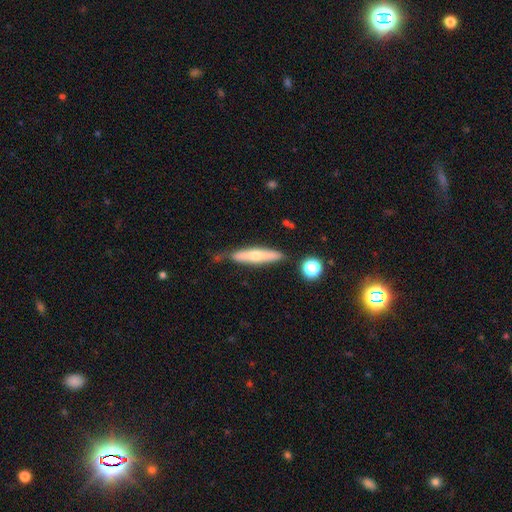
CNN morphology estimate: featured or disk 51%, smooth 41%, star or artifact 8%. Down the decision tree: edge-on disk — yes (88%); merging — none (76%).